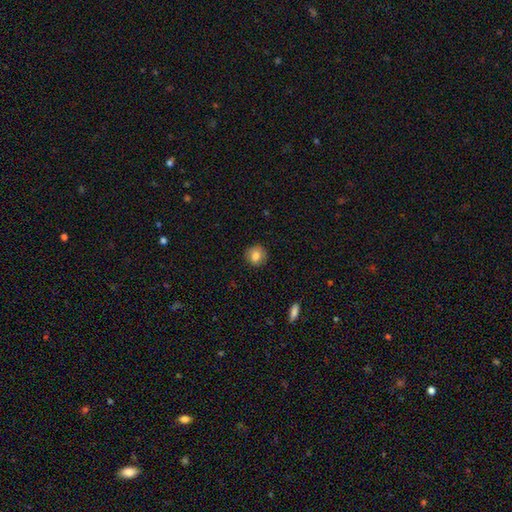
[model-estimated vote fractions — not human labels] Q: Smooth or featured?
A: smooth (81%); runner-up: featured or disk (10%)
Q: How rounded?
A: round (86%); runner-up: in between (13%)
Q: Merging?
A: none (88%); runner-up: minor disturbance (9%)